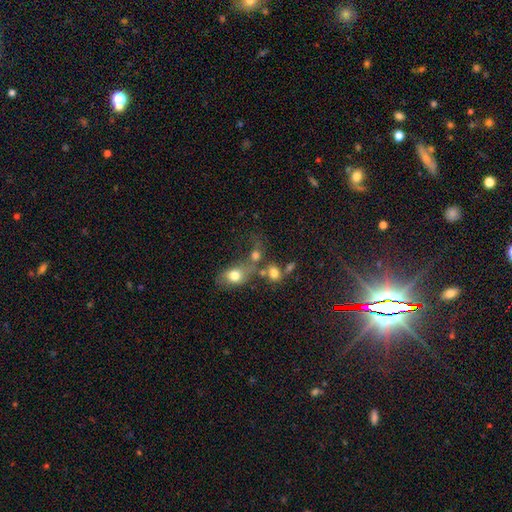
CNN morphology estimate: This is likely a smooth galaxy (66%). How rounded: possibly round (54%). Merging: marginally merger (44%).